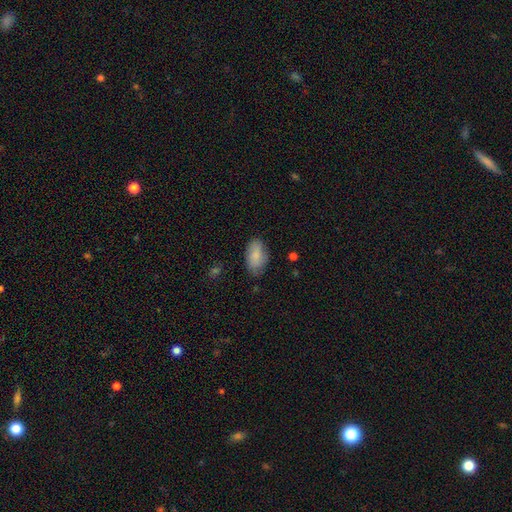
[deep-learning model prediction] A smooth galaxy with no disk features (83%) that is in between round and cigar-shaped (93%). Merging: none (74%).